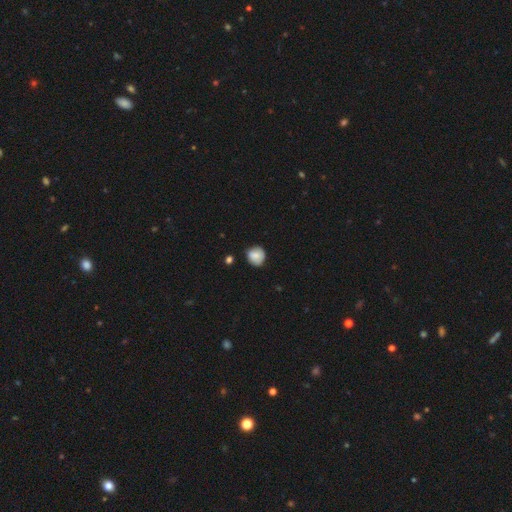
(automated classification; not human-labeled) Smooth or featured? Predicted: smooth (p=0.80). How rounded? Predicted: round (p=0.85). Merging? Predicted: none (p=0.74).